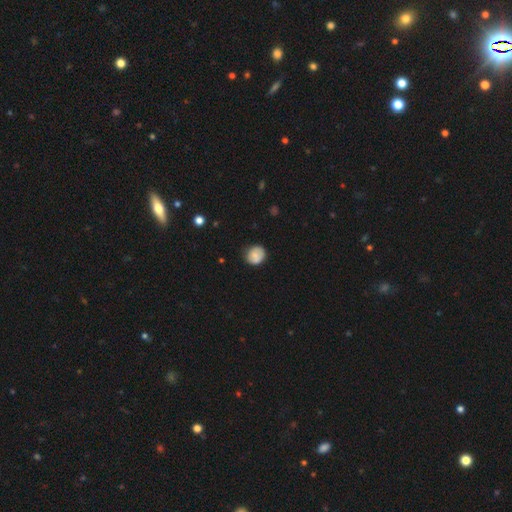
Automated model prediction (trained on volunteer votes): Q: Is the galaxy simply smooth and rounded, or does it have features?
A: smooth — 75%.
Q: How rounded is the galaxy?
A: round — 82%.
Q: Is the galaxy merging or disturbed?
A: none — 77%.